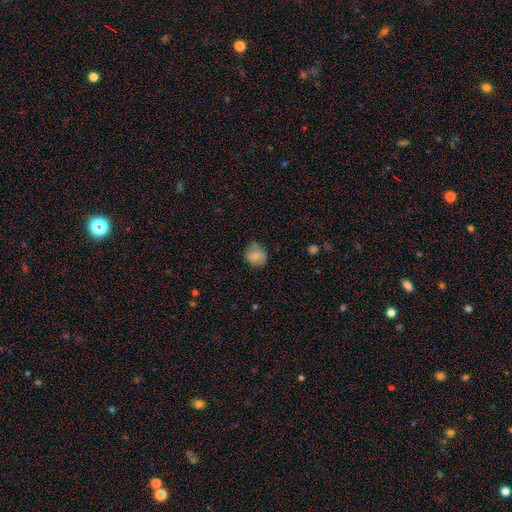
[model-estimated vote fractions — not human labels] smooth 80%, featured or disk 11%, star or artifact 9%. Down the decision tree: how rounded — round (66%); merging — none (66%).